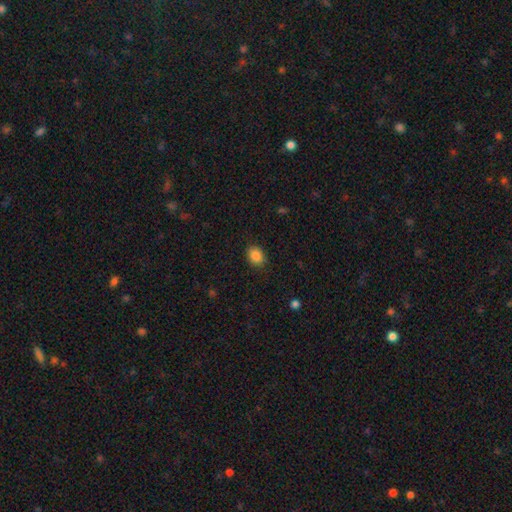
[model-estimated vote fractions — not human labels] Smooth or featured?
  - smooth: 87% *
  - star or artifact: 9%
  - featured or disk: 4%
How rounded?
  - in between: 53% *
  - round: 46%
  - cigar-shaped: 1%
Merging?
  - none: 87% *
  - minor disturbance: 9%
  - major disturbance: 3%
  - merger: 1%